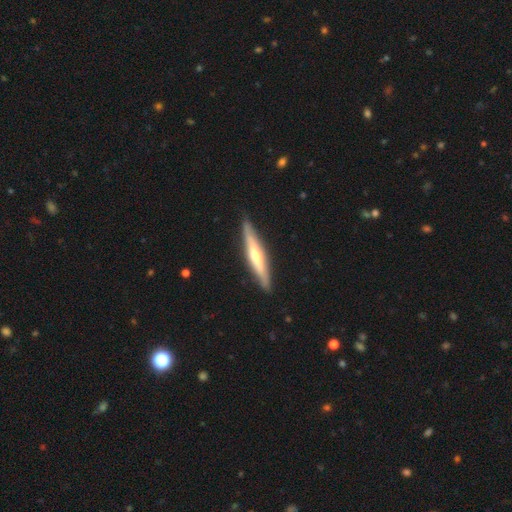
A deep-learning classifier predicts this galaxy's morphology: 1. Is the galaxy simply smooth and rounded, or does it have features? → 63% featured or disk, 31% smooth, 5% star or artifact.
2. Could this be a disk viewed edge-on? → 95% yes, 5% no.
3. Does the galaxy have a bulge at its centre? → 73% rounded, 17% none, 10% boxy.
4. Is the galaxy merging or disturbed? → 89% none, 8% minor disturbance, 2% major disturbance, 1% merger.